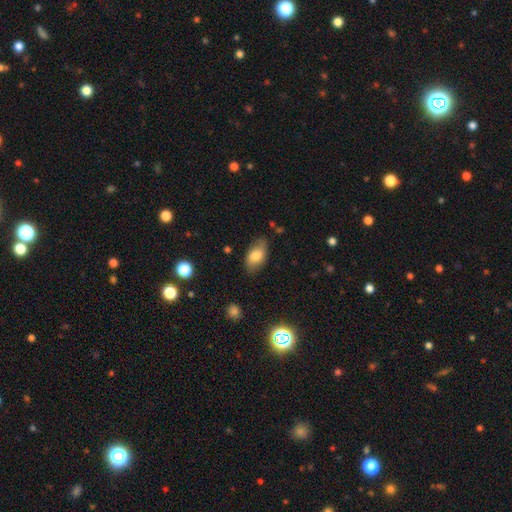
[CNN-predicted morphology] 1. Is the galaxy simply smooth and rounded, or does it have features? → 75% smooth, 17% featured or disk, 8% star or artifact.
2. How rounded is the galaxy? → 92% in between, 5% round, 3% cigar-shaped.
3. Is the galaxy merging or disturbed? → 76% none, 18% minor disturbance, 4% major disturbance, 2% merger.